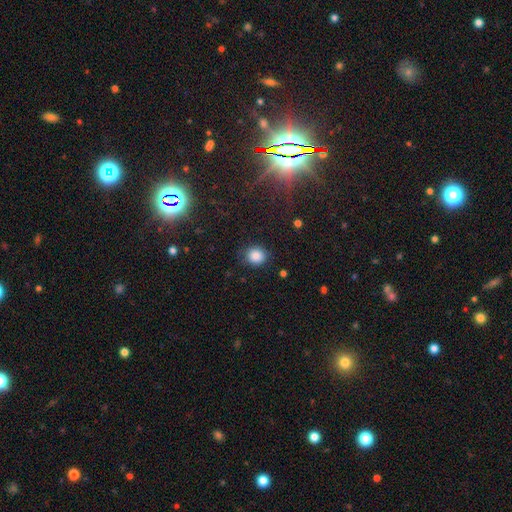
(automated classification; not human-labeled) Smooth or featured? smooth (85%)
How rounded? round (79%)
Merging? none (80%)